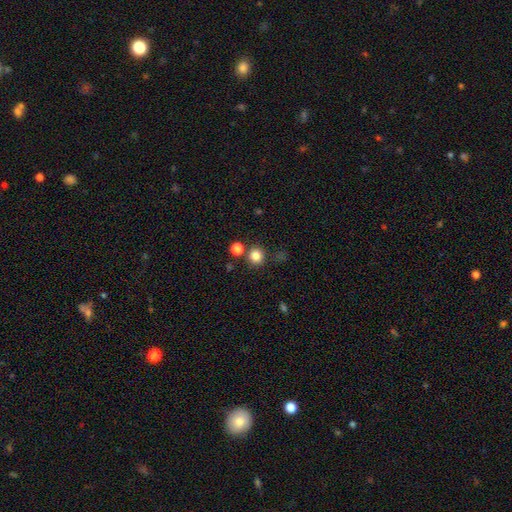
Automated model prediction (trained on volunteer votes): A smooth galaxy with no disk features (83%) that is round (90%).

Vote fractions:
- Smooth or featured? smooth: 83% / star or artifact: 13% / featured or disk: 5%
- How rounded? round: 90% / in between: 9% / cigar-shaped: 1%
- Merging? none: 78% / merger: 10% / minor disturbance: 8% / major disturbance: 3%